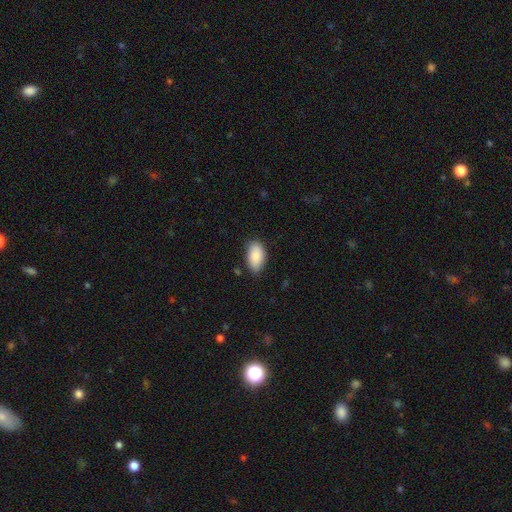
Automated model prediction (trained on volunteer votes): This is clearly a smooth galaxy (86%). How rounded: clearly in between (94%). Merging: likely none (79%).